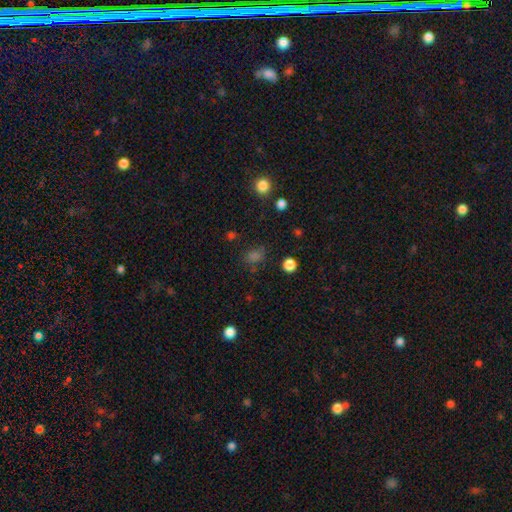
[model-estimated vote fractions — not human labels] Morphology: type=smooth (67%); roundness=in between (54%); merging=none (72%).